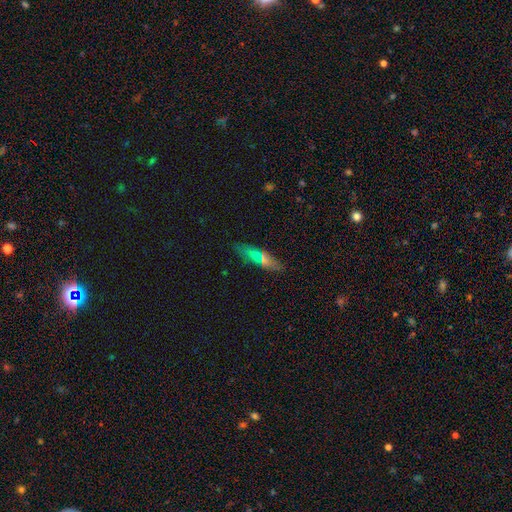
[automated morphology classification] This appears to be a smooth galaxy with no disk features (60%) that is cigar-shaped (66%). Merging: none (80%).